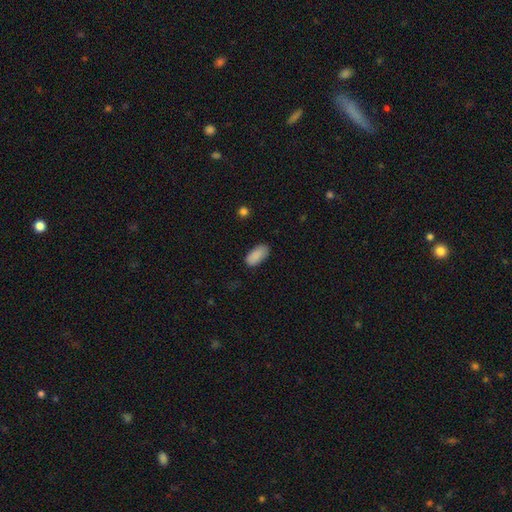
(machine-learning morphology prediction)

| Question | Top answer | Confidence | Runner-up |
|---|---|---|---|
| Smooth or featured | smooth | 89% | star or artifact (7%) |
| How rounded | in between | 92% | cigar-shaped (5%) |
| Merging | none | 81% | minor disturbance (14%) |